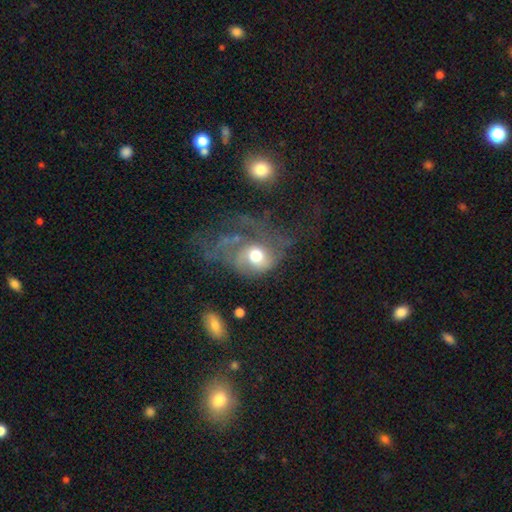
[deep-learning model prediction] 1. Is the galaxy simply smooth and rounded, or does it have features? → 52% featured or disk, 37% smooth, 10% star or artifact.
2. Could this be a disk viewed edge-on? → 96% no, 4% yes.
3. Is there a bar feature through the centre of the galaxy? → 80% no, 16% weak, 4% strong.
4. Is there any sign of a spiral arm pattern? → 56% yes, 44% no.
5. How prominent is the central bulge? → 54% moderate, 35% large, 5% dominant, 5% small, 1% none.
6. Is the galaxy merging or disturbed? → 55% major disturbance, 24% none, 17% minor disturbance, 4% merger.